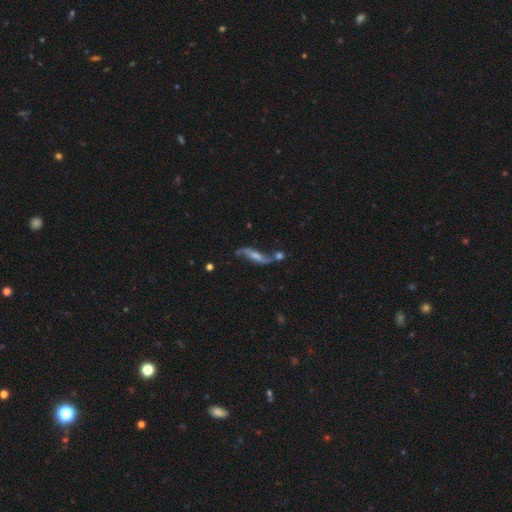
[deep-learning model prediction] featured or disk 72%, smooth 20%, star or artifact 8%. Down the decision tree: edge-on disk — no (74%); bar — no (42%); spiral arms — yes (88%); bulge size — moderate (41%); merging — none (47%).